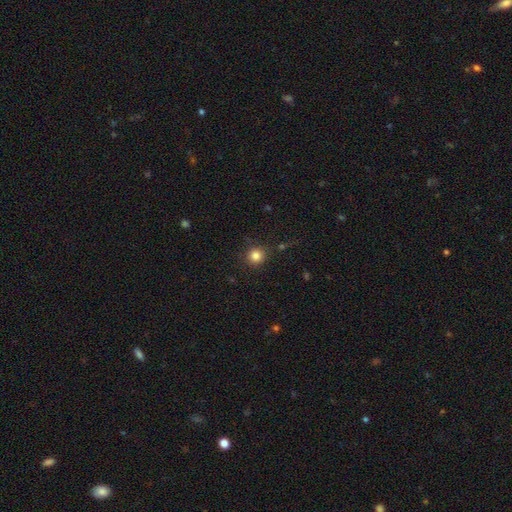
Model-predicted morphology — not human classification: Smooth or featured: smooth — 83% (star or artifact — 12%)
How rounded: round — 93% (in between — 6%)
Merging: none — 87% (minor disturbance — 8%)